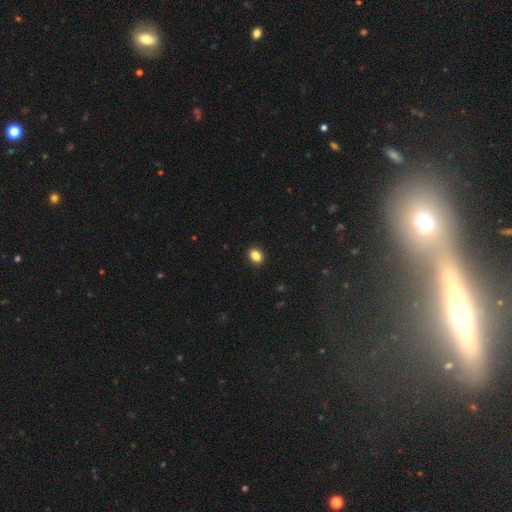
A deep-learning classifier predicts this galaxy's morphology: Smooth or featured?
  - smooth: 86% *
  - star or artifact: 10%
  - featured or disk: 5%
How rounded?
  - in between: 67% *
  - round: 32%
  - cigar-shaped: 1%
Merging?
  - none: 91% *
  - minor disturbance: 7%
  - major disturbance: 2%
  - merger: 1%